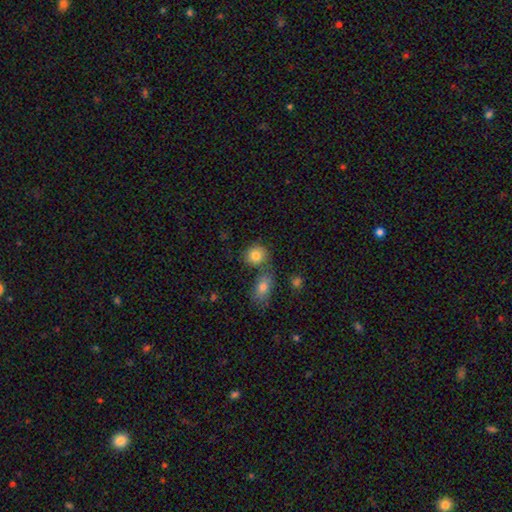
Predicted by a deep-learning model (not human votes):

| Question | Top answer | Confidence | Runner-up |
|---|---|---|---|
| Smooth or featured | smooth | 81% | star or artifact (10%) |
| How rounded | round | 76% | in between (23%) |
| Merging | none | 58% | merger (28%) |